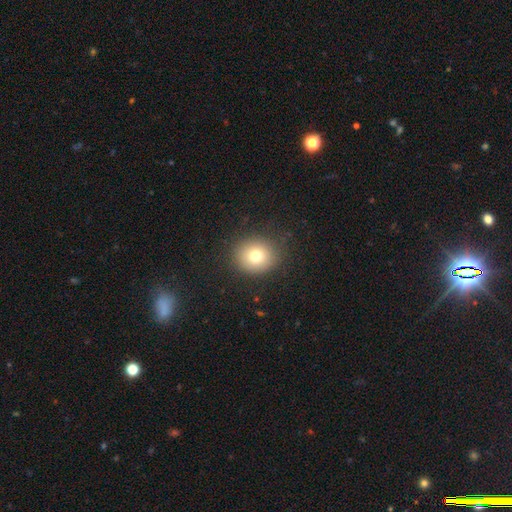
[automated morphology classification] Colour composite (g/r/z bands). It shows a smooth galaxy with no disk features (75%) that is round (82%). Merging: none (88%).